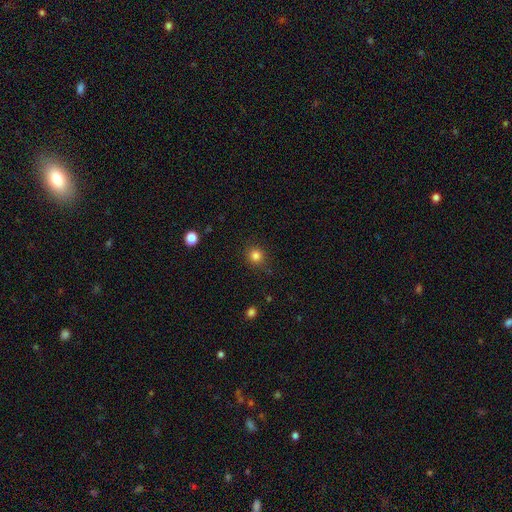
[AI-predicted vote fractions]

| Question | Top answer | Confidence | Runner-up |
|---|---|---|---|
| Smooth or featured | smooth | 83% | star or artifact (12%) |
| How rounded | round | 90% | in between (9%) |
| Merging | none | 86% | minor disturbance (10%) |